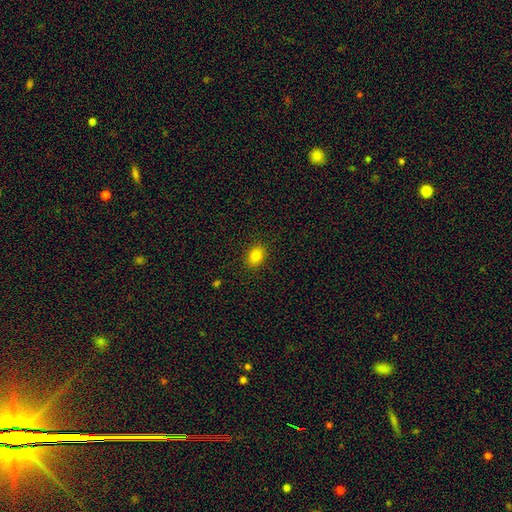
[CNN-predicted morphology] The model was most divided on "how rounded": in between: 69%, round: 29%, cigar-shaped: 1%. More confident: merging — none (89%); smooth or featured — smooth (84%).